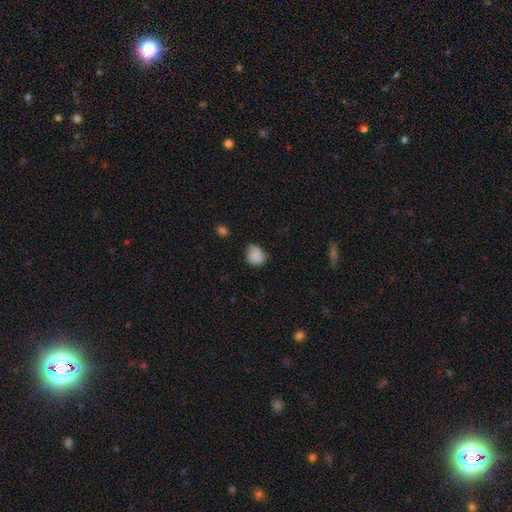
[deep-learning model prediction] A smooth galaxy with no disk features (79%) that is round (59%). Merging: none (47%).